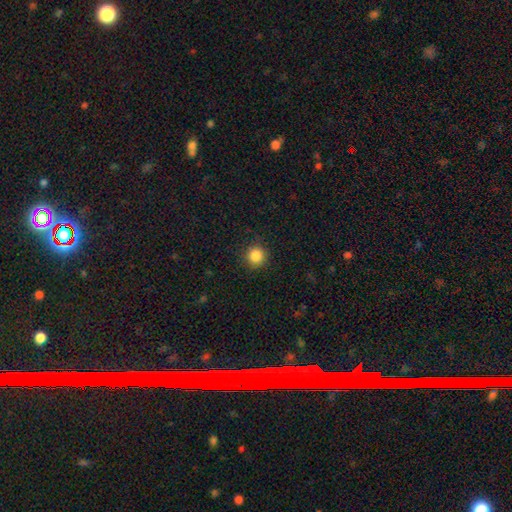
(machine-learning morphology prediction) smooth-or-featured: smooth: 85% | star or artifact: 11% | featured or disk: 4%
  how-rounded: round: 94% | in between: 5% | cigar-shaped: 1%
  merging: none: 91% | minor disturbance: 6% | major disturbance: 2% | merger: 1%